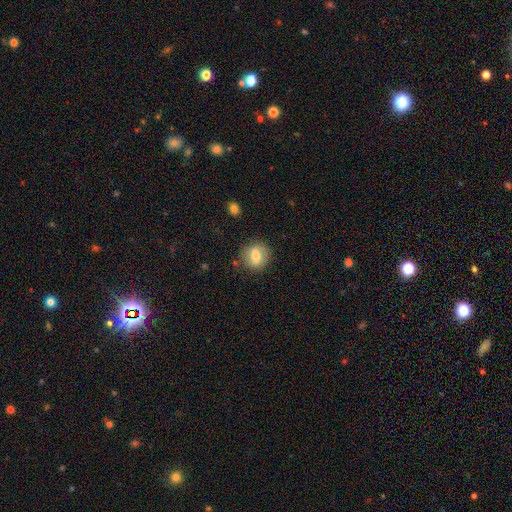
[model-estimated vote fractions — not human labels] Smooth or featured? smooth (69%)
How rounded? round (68%)
Merging? none (80%)